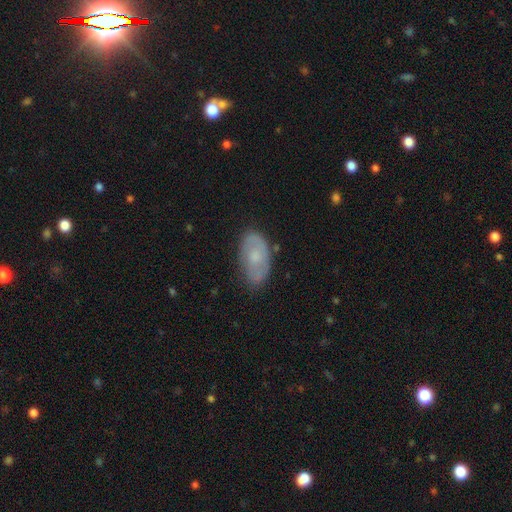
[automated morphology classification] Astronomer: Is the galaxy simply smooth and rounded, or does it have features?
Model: smooth — 47% (runner-up: featured or disk, 46%).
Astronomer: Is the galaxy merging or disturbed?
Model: none — 74%.